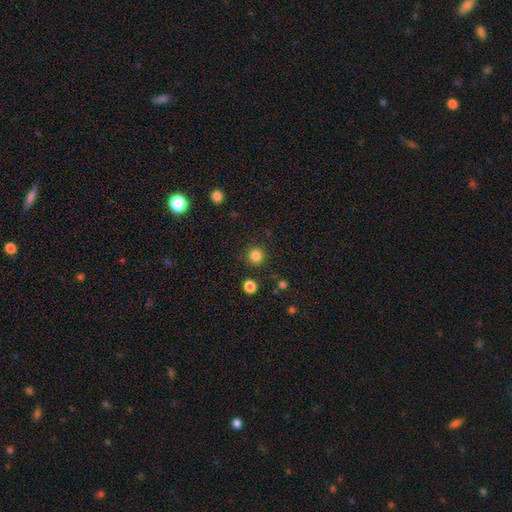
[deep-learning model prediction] The model was most divided on "smooth or featured": smooth: 84%, star or artifact: 12%, featured or disk: 4%. More confident: how rounded — round (95%); merging — none (90%).